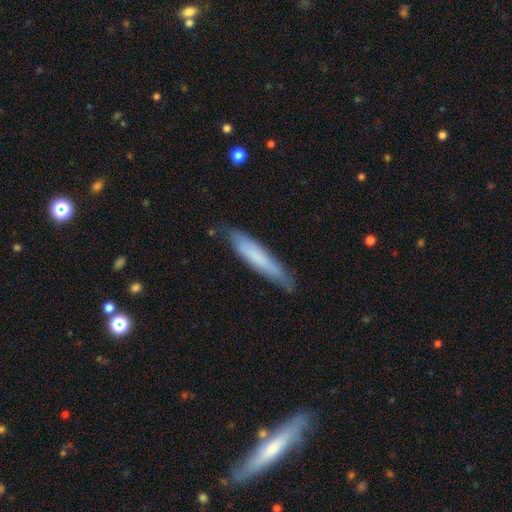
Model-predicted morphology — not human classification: Smooth or featured: smooth — 68% (featured or disk — 26%)
How rounded: cigar-shaped — 89% (in between — 9%)
Merging: none — 79% (minor disturbance — 16%)